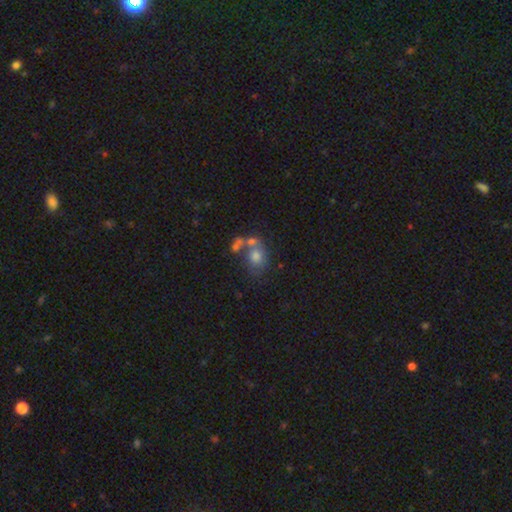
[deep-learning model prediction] smooth_or_featured: smooth (p=0.40) [alt: star or artifact p=0.32]
merging: merger (p=0.44) [alt: none p=0.35]